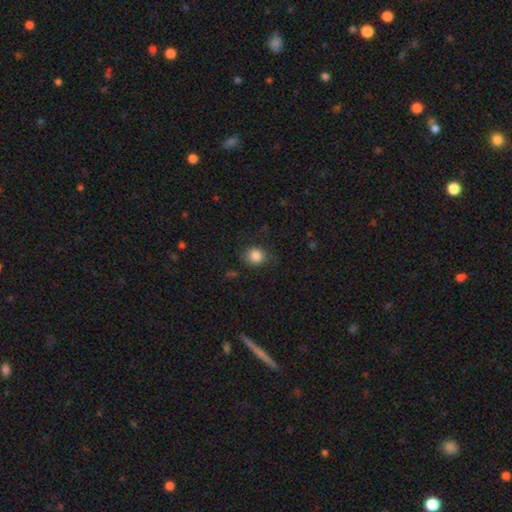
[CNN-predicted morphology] Smooth or featured: smooth — 85% (star or artifact — 10%)
How rounded: round — 78% (in between — 21%)
Merging: none — 79% (minor disturbance — 15%)